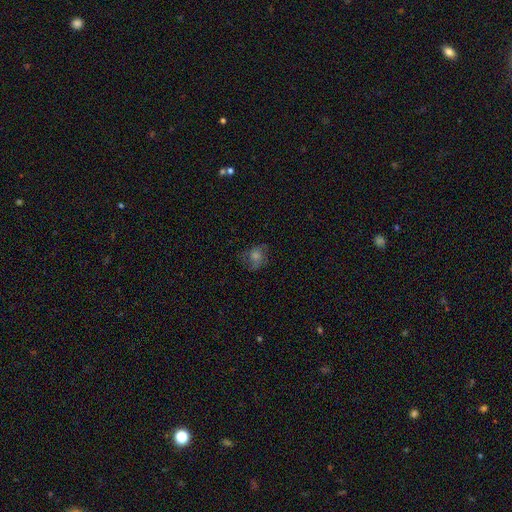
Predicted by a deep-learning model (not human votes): Smooth or featured? smooth (39%)
Merging? none (70%)